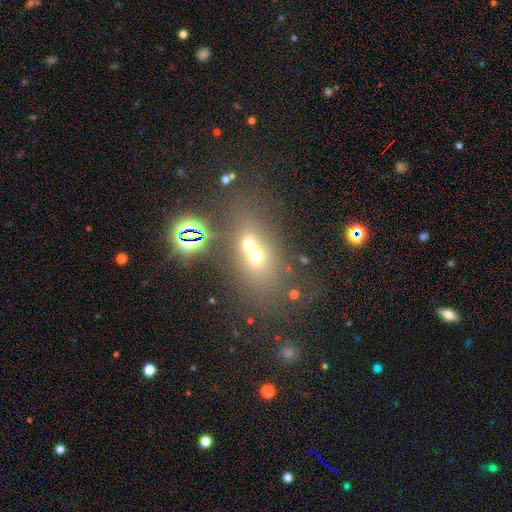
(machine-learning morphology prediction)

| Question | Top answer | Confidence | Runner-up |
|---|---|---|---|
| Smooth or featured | smooth | 48% | star or artifact (27%) |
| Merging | merger | 57% | none (30%) |